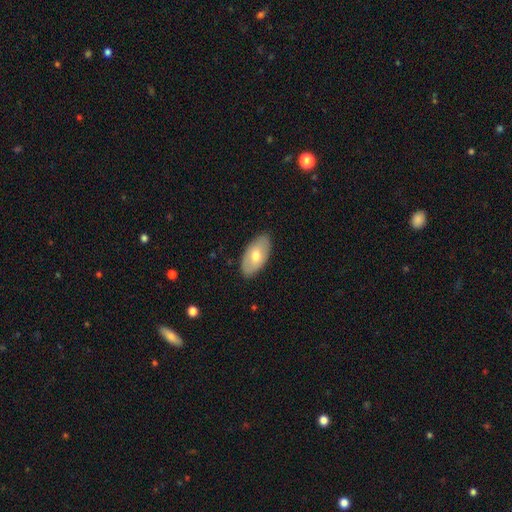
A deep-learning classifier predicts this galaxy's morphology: Smooth or featured?
  - smooth: 64% *
  - featured or disk: 30%
  - star or artifact: 5%
How rounded?
  - in between: 94% *
  - round: 4%
  - cigar-shaped: 2%
Merging?
  - none: 85% *
  - minor disturbance: 11%
  - major disturbance: 2%
  - merger: 1%